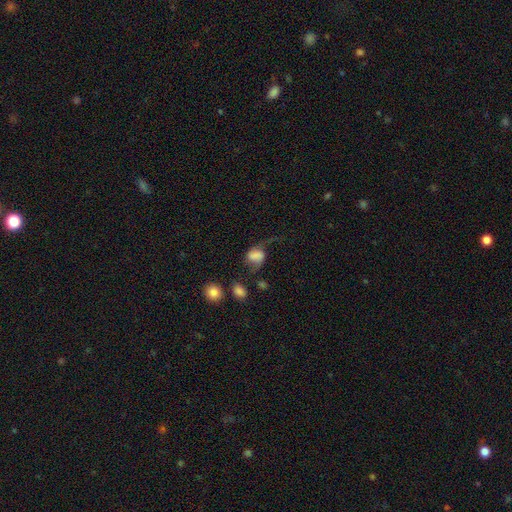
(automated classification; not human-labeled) smooth-or-featured: smooth: 52% | featured or disk: 37% | star or artifact: 11%
  how-rounded: in between: 56% | round: 43% | cigar-shaped: 2%
  merging: major disturbance: 39% | none: 32% | minor disturbance: 22% | merger: 7%